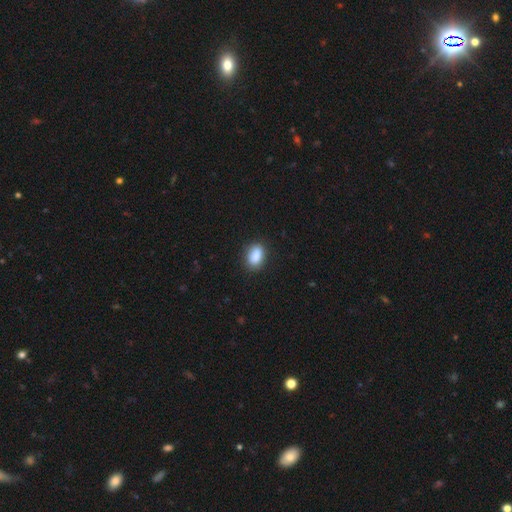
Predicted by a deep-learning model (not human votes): smooth 88%, star or artifact 8%, featured or disk 4%. Down the decision tree: how rounded — in between (87%); merging — none (85%).